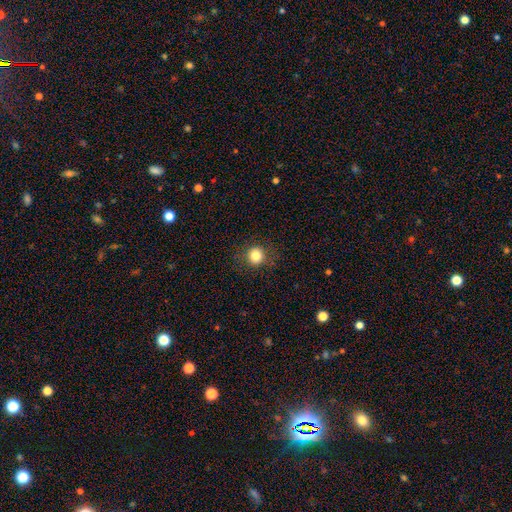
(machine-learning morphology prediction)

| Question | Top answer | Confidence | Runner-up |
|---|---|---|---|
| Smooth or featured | smooth | 82% | star or artifact (11%) |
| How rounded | round | 90% | in between (9%) |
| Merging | none | 87% | minor disturbance (8%) |